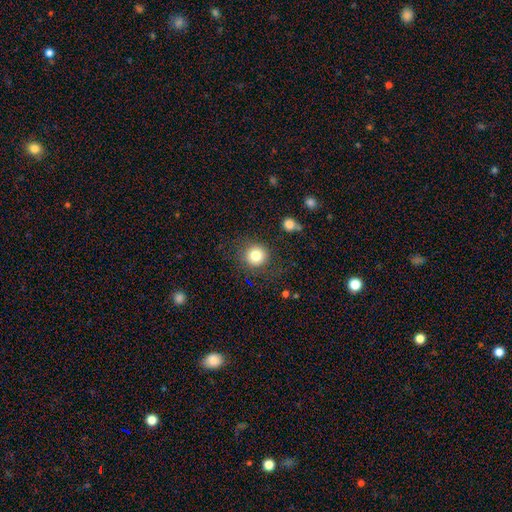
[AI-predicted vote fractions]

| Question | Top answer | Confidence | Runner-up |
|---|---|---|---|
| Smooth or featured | smooth | 80% | star or artifact (12%) |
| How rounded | round | 92% | in between (7%) |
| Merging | none | 83% | minor disturbance (10%) |